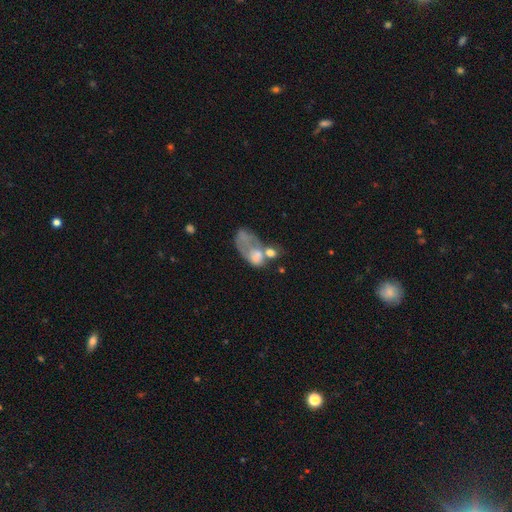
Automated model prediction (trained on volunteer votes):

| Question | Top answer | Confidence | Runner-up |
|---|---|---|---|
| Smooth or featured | smooth | 51% | featured or disk (38%) |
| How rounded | in between | 84% | round (14%) |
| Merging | merger | 42% | major disturbance (33%) |